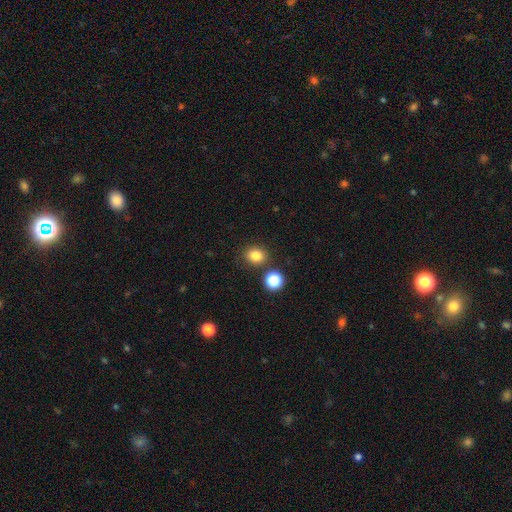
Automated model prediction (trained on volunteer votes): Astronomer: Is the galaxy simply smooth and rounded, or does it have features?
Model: smooth — 82%.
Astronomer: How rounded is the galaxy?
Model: round — 68%.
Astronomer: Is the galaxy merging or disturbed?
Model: none — 82%.